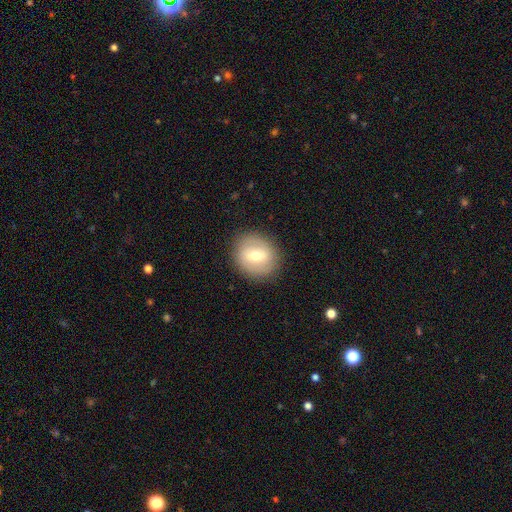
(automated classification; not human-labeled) This appears to be a smooth galaxy with no disk features (53%) that is round (78%). Merging: none (86%).